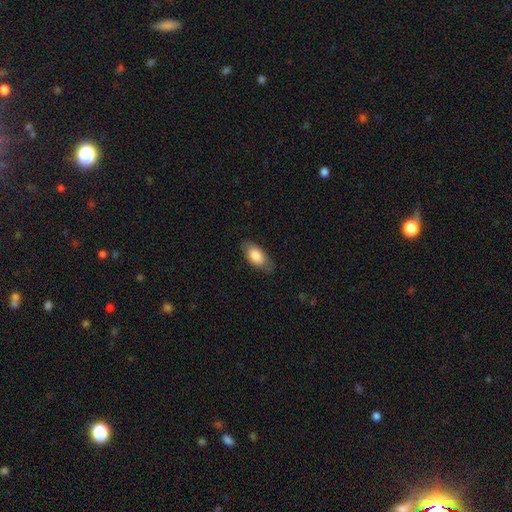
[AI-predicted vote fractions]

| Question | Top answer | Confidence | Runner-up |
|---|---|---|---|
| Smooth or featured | smooth | 82% | featured or disk (13%) |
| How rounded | in between | 90% | cigar-shaped (7%) |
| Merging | none | 79% | minor disturbance (16%) |